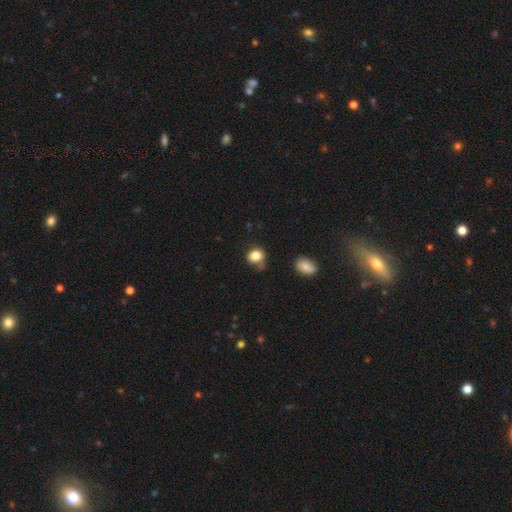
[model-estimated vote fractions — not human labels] Smooth or featured? smooth (82%)
How rounded? round (69%)
Merging? none (53%)